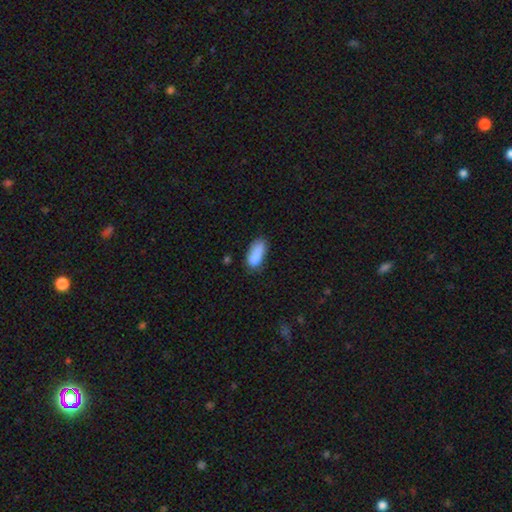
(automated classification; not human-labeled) smooth-or-featured: smooth: 79% | featured or disk: 12% | star or artifact: 9%
  how-rounded: in between: 82% | cigar-shaped: 14% | round: 4%
  merging: none: 42% | minor disturbance: 31% | merger: 14% | major disturbance: 14%